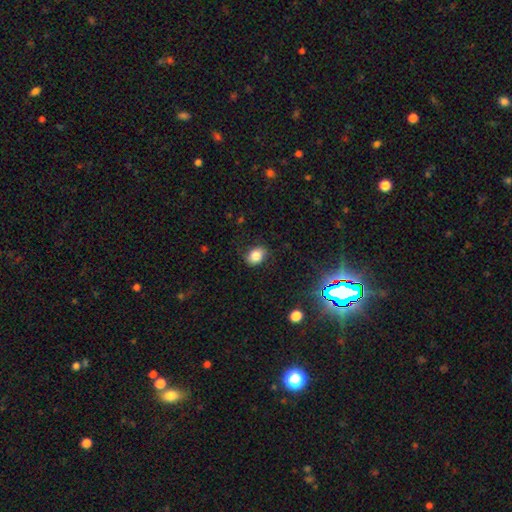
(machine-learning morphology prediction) smooth 81%, star or artifact 10%, featured or disk 9%. Down the decision tree: how rounded — in between (66%); merging — none (77%).